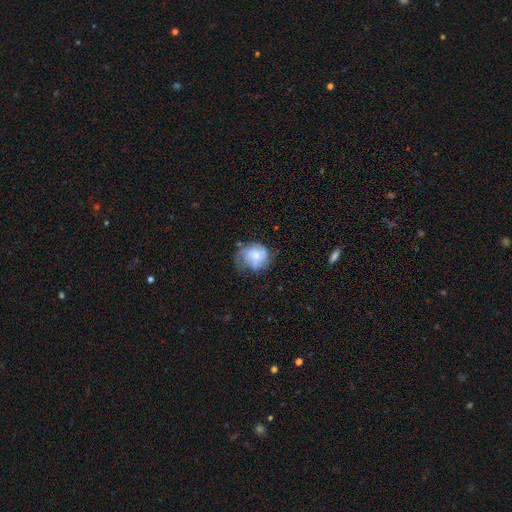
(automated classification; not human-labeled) Morphology: type=featured or disk (48%); merging=none (44%).